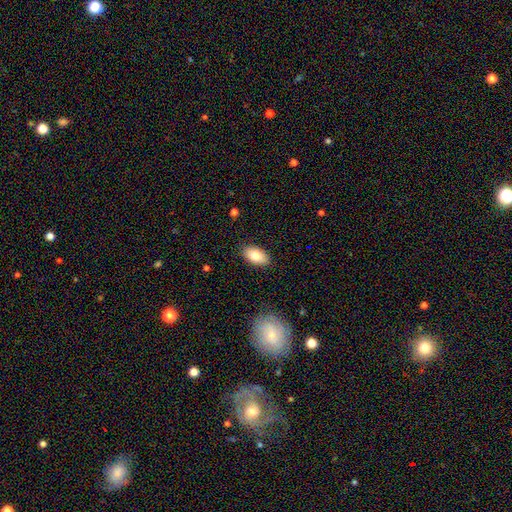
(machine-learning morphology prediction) The model was most divided on "smooth or featured": smooth: 80%, featured or disk: 13%, star or artifact: 7%. More confident: how rounded — in between (93%); merging — none (87%).